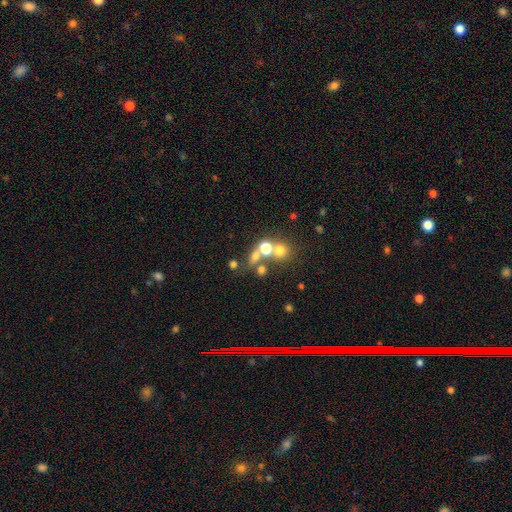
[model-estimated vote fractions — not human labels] Smooth or featured? smooth (58%)
How rounded? round (64%)
Merging? none (49%)